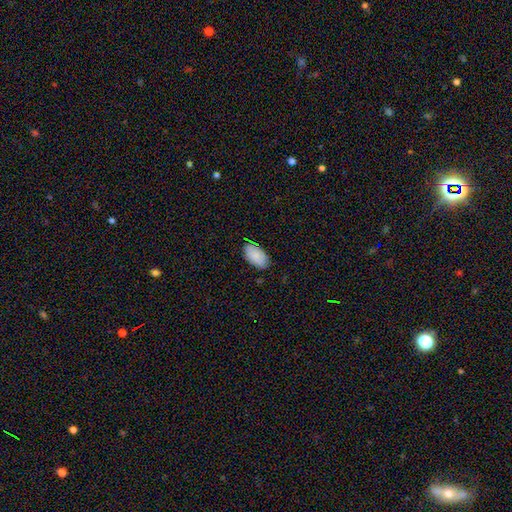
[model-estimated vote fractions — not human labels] This appears to be a smooth galaxy with no disk features (87%) that is in between round and cigar-shaped (95%). Merging: none (82%).